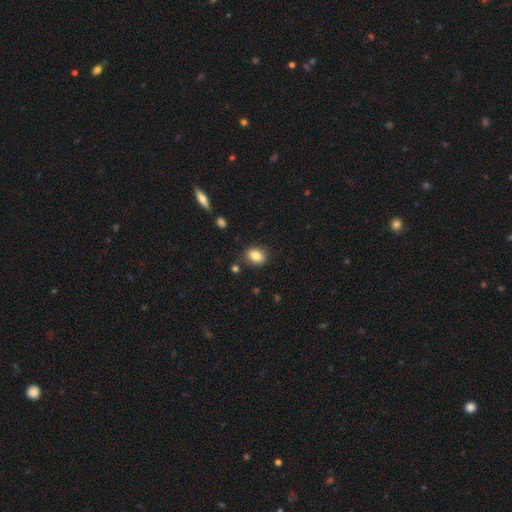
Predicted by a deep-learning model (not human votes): This is clearly a smooth galaxy (83%). How rounded: possibly round (51%). Merging: clearly none (85%).